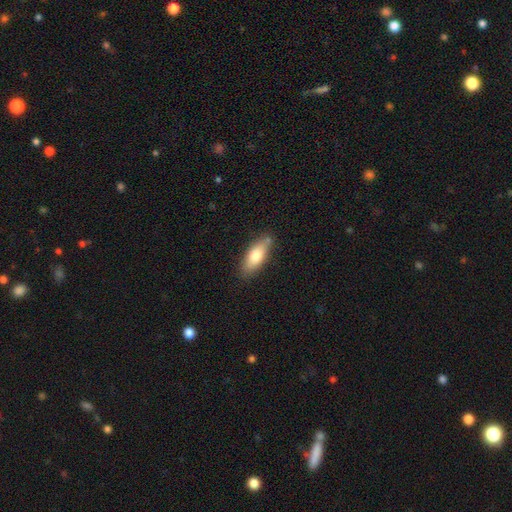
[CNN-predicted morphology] smooth 75%, featured or disk 19%, star or artifact 6%. Down the decision tree: how rounded — in between (73%); merging — none (75%).